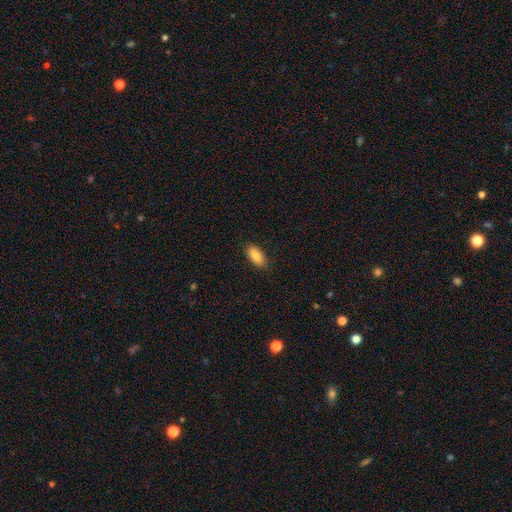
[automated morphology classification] type=smooth (86%); roundness=in between (87%); merging=none (86%).